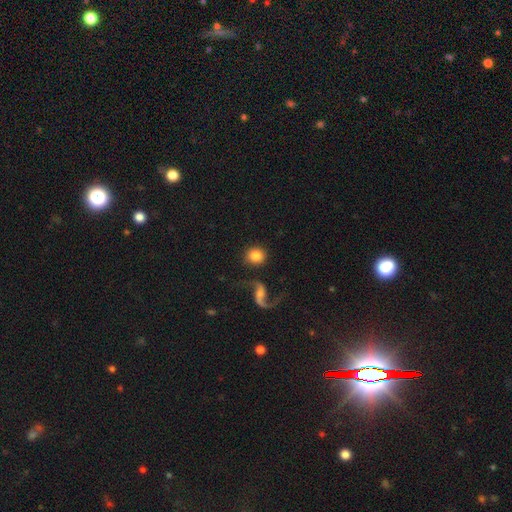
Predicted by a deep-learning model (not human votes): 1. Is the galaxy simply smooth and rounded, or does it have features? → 74% smooth, 18% featured or disk, 8% star or artifact.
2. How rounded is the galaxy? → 89% round, 10% in between, 1% cigar-shaped.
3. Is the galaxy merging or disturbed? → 78% none, 9% minor disturbance, 8% merger, 5% major disturbance.